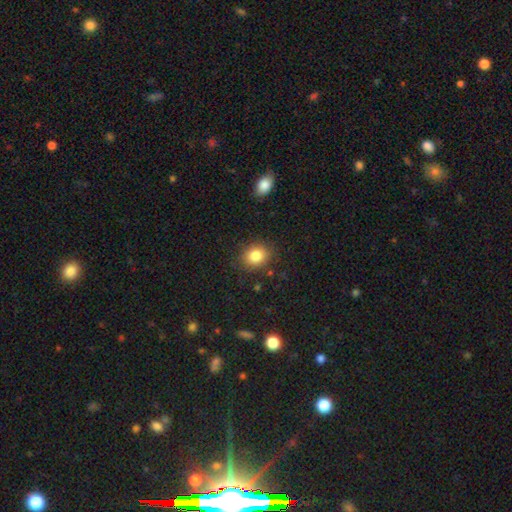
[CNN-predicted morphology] A smooth galaxy with no disk features (84%) that is round (61%).

Vote fractions:
- Smooth or featured? smooth: 84% / star or artifact: 10% / featured or disk: 6%
- How rounded? round: 61% / in between: 38% / cigar-shaped: 1%
- Merging? none: 84% / minor disturbance: 11% / major disturbance: 3% / merger: 2%